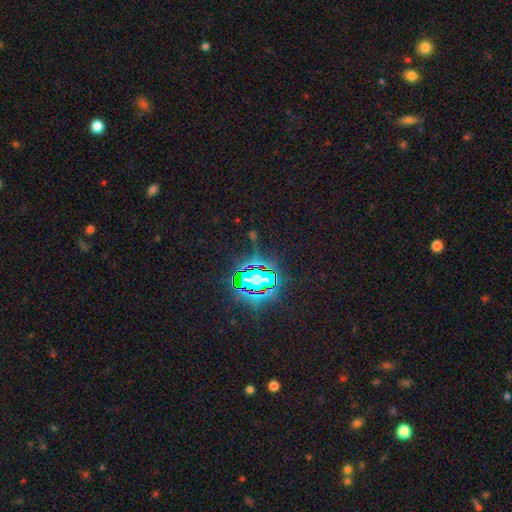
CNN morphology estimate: smooth-or-featured: star or artifact: 80% | smooth: 12% | featured or disk: 8%